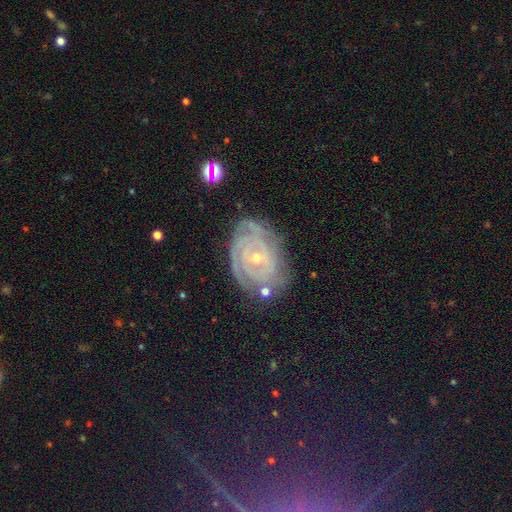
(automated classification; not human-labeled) Smooth or featured?
  - featured or disk: 63% *
  - star or artifact: 24%
  - smooth: 13%
Edge-on disk?
  - no: 96% *
  - yes: 4%
Bar?
  - no: 62% *
  - weak: 28%
  - strong: 11%
Spiral arms?
  - yes: 94% *
  - no: 6%
Spiral winding?
  - tight: 81% *
  - medium: 15%
  - loose: 4%
Spiral arm count?
  - can't tell: 30% *
  - 2: 20%
  - 3: 18%
  - 4: 12%
  - more than 4: 10%
  - 1: 9%
Bulge size?
  - small: 78% *
  - moderate: 18%
  - none: 1%
  - large: 1%
  - dominant: 1%
Merging?
  - none: 78% *
  - minor disturbance: 15%
  - major disturbance: 5%
  - merger: 2%